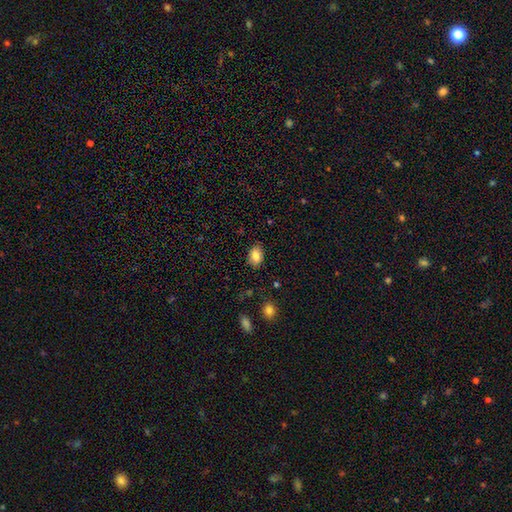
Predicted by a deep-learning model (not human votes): A smooth galaxy with no disk features (83%) that is in between round and cigar-shaped (84%).

Vote fractions:
- Smooth or featured? smooth: 83% / featured or disk: 9% / star or artifact: 8%
- How rounded? in between: 84% / round: 15% / cigar-shaped: 1%
- Merging? none: 85% / minor disturbance: 11% / major disturbance: 3% / merger: 1%